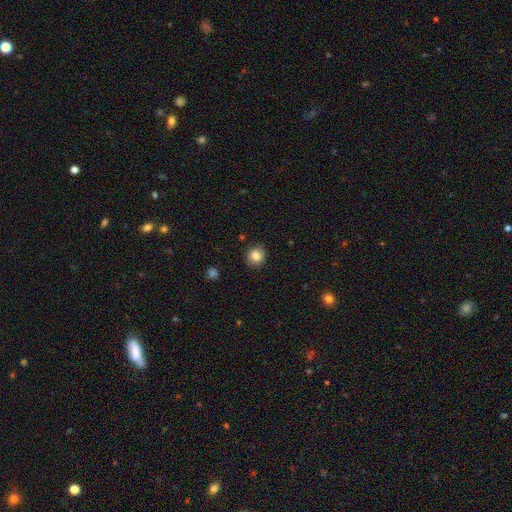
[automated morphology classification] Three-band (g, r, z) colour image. It shows a smooth galaxy with no disk features (84%) that is round (80%). Merging: none (87%).